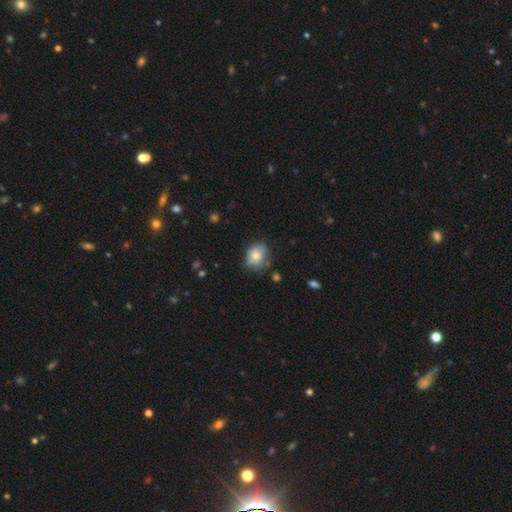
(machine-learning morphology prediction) This appears to be a smooth galaxy with no disk features (70%) that is in between round and cigar-shaped (54%). Merging: none (58%).